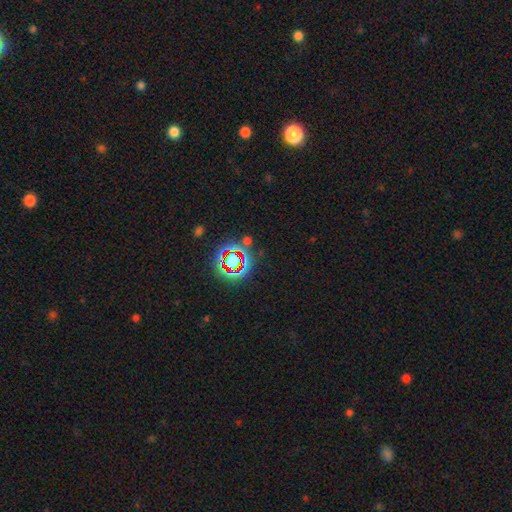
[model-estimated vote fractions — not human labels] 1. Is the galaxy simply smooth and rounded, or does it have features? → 72% star or artifact, 15% smooth, 12% featured or disk.